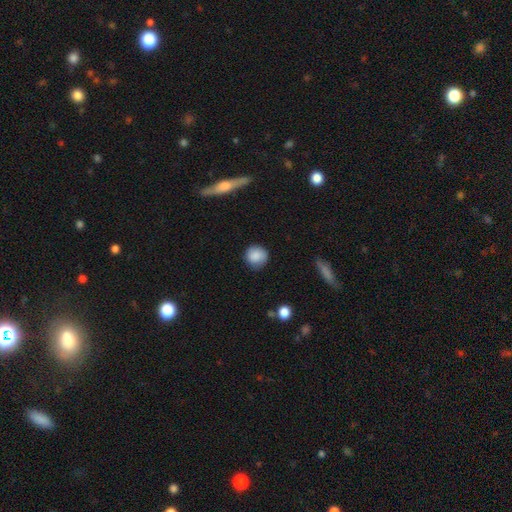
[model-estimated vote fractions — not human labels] smooth_or_featured: smooth (p=0.86) [alt: star or artifact p=0.07]
how_rounded: round (p=0.90) [alt: in between p=0.09]
merging: none (p=0.81) [alt: minor disturbance p=0.15]